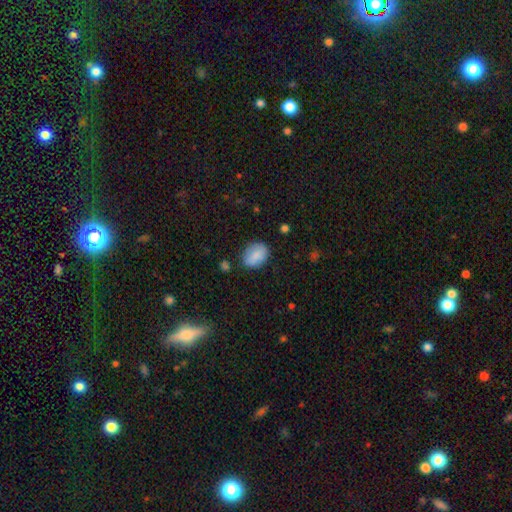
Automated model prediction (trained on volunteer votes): smooth 83%, featured or disk 10%, star or artifact 7%. Down the decision tree: how rounded — in between (67%); merging — none (73%).